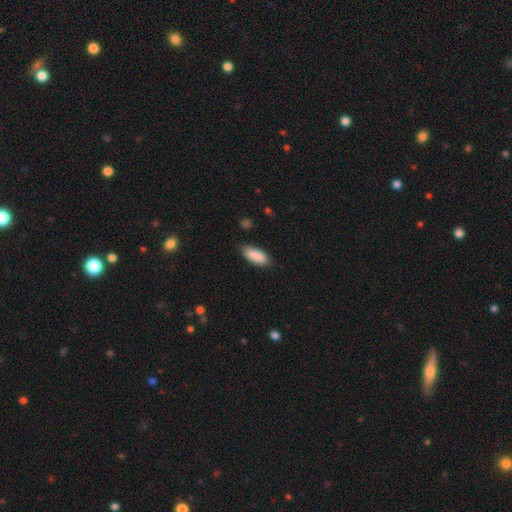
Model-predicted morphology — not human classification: Smooth or featured? Predicted: smooth (p=0.89). How rounded? Predicted: in between (p=0.77). Merging? Predicted: none (p=0.79).